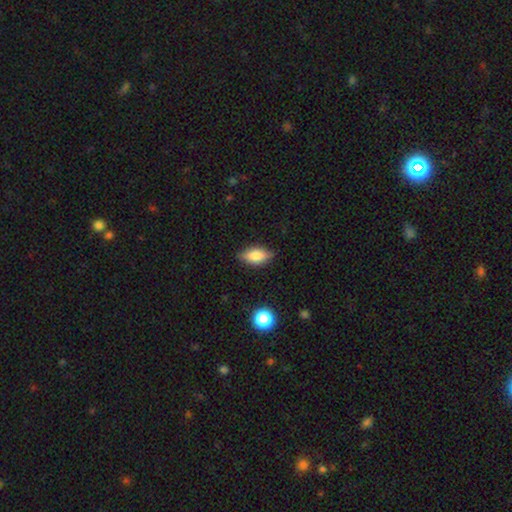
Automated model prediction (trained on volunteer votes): A smooth galaxy with no disk features (72%) that is in between round and cigar-shaped (84%). Merging: none (81%).